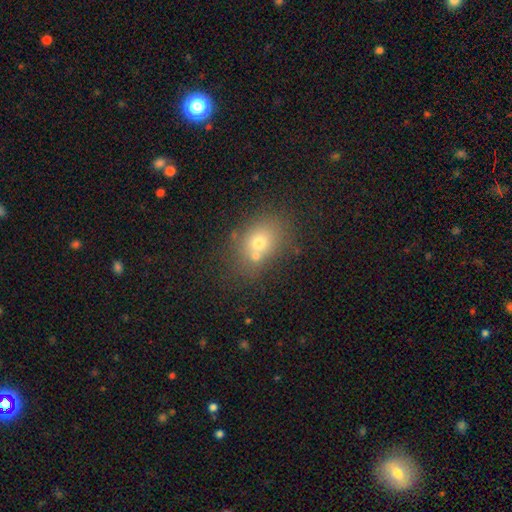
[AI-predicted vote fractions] Smooth or featured? Predicted: smooth (p=0.66). How rounded? Predicted: in between (p=0.51). Merging? Predicted: none (p=0.53).